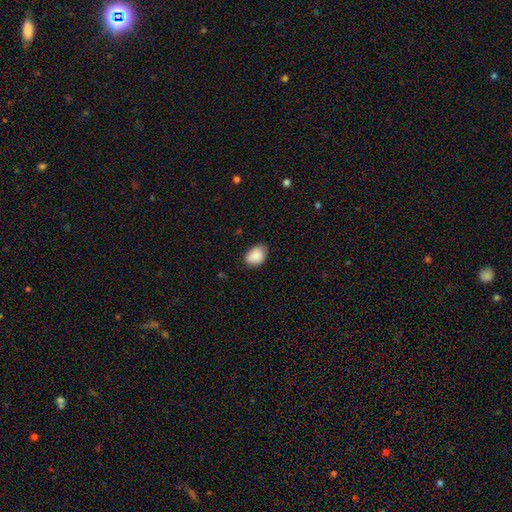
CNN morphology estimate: A smooth galaxy with no disk features (88%) that is in between round and cigar-shaped (80%). Merging: none (69%).